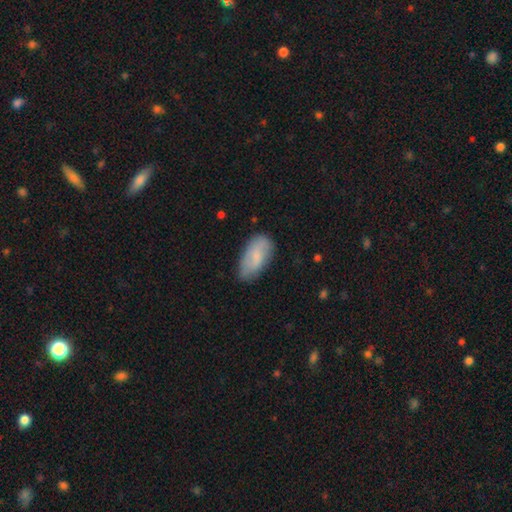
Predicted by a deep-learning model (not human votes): Smooth or featured? Predicted: smooth (p=0.70). How rounded? Predicted: in between (p=0.93). Merging? Predicted: none (p=0.70).